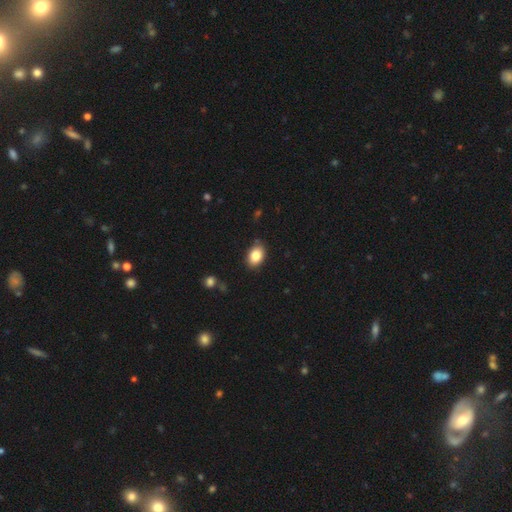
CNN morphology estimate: Overall: smooth (85%). How rounded: in between (82%). Merging: none (84%).